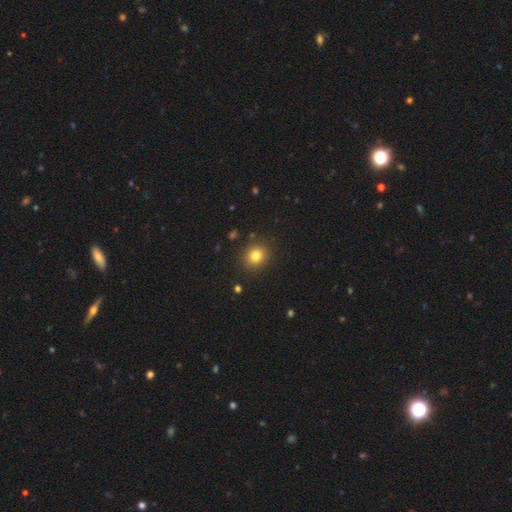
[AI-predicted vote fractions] This appears to be a smooth galaxy with no disk features (81%) that is round (78%). Merging: none (89%).